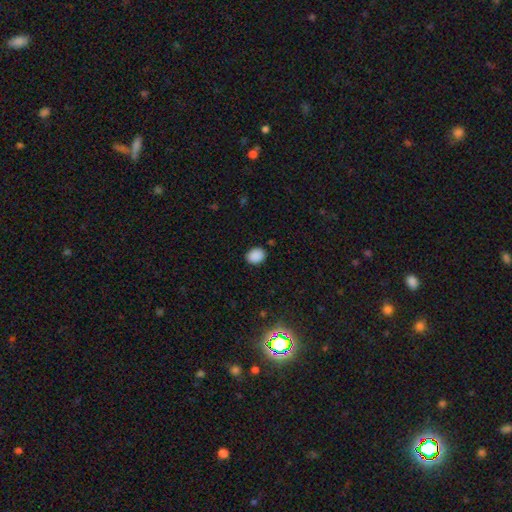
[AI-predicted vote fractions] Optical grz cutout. It shows a smooth galaxy with no disk features (88%) that is in between round and cigar-shaped (52%). Merging: none (87%).